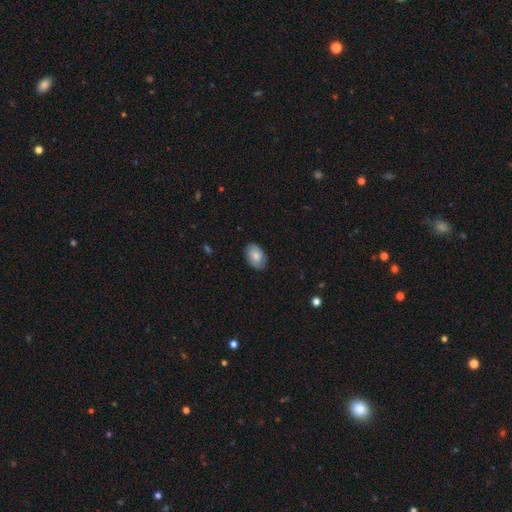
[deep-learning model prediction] Smooth or featured: smooth — 79% (featured or disk — 14%)
How rounded: in between — 88% (round — 11%)
Merging: none — 85% (minor disturbance — 12%)